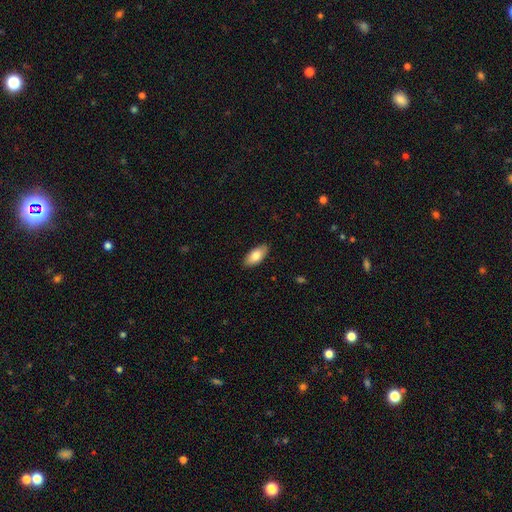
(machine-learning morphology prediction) smooth_or_featured: smooth (p=0.80) [alt: featured or disk p=0.14]
how_rounded: in between (p=0.91) [alt: cigar-shaped p=0.07]
merging: none (p=0.88) [alt: minor disturbance p=0.09]